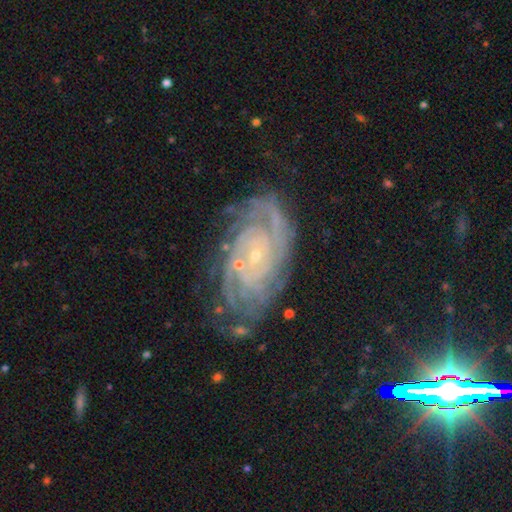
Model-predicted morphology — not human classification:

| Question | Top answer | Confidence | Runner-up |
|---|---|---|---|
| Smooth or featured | featured or disk | 85% | star or artifact (8%) |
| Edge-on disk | no | 96% | yes (4%) |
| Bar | no | 73% | weak (20%) |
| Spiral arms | yes | 97% | no (3%) |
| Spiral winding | tight | 78% | medium (18%) |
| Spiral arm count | can't tell | 30% | 2 (20%) |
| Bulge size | small | 86% | moderate (10%) |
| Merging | none | 72% | minor disturbance (18%) |